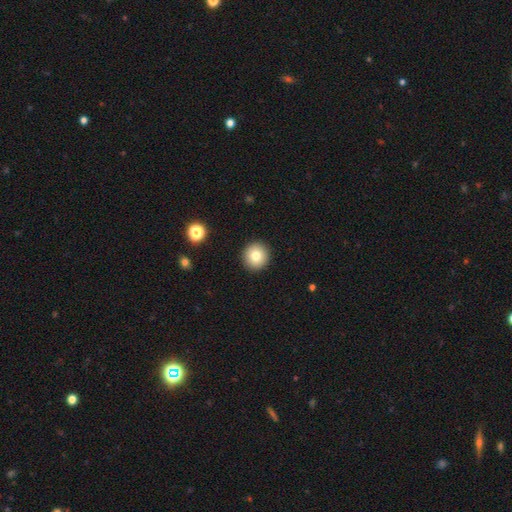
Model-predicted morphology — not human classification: A smooth galaxy with no disk features (79%) that is round (95%). Merging: none (93%).